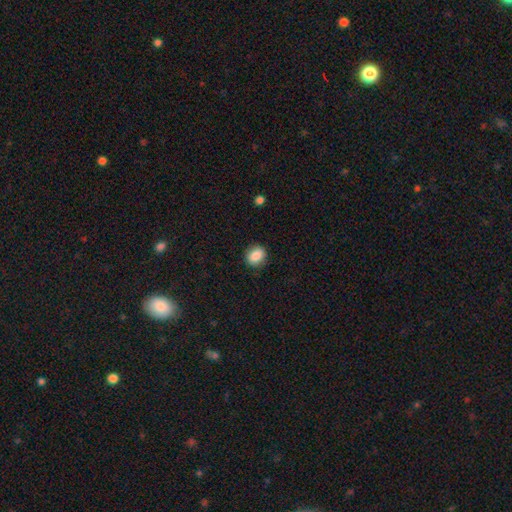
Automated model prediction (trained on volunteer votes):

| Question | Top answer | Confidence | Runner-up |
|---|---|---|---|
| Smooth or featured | smooth | 87% | star or artifact (9%) |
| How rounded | round | 55% | in between (44%) |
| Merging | none | 87% | minor disturbance (9%) |